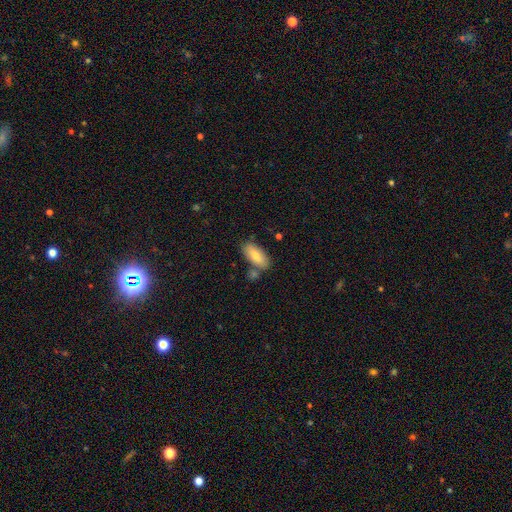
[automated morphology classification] The model was most divided on "merging": none: 70%, minor disturbance: 14%, merger: 12%, major disturbance: 3%. More confident: how rounded — in between (86%); smooth or featured — smooth (83%).